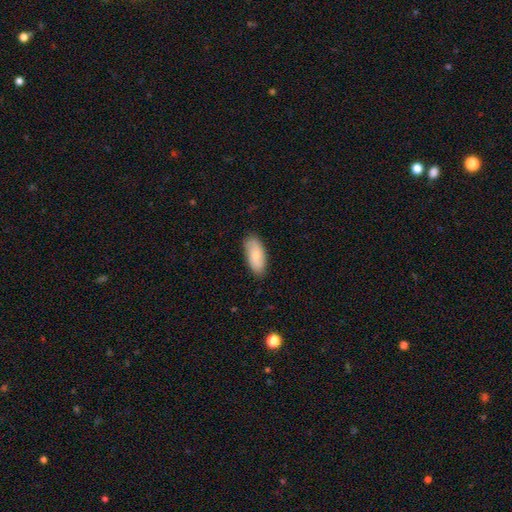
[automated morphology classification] This is likely a smooth galaxy (79%). How rounded: clearly in between (90%). Merging: clearly none (82%).